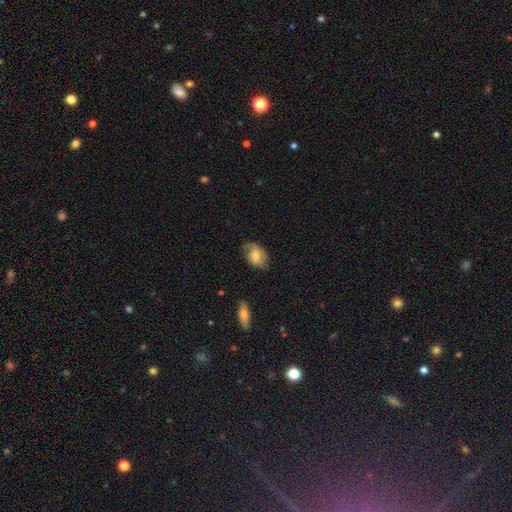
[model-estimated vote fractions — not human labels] Morphology: type=smooth (59%); roundness=in between (82%); merging=none (59%).